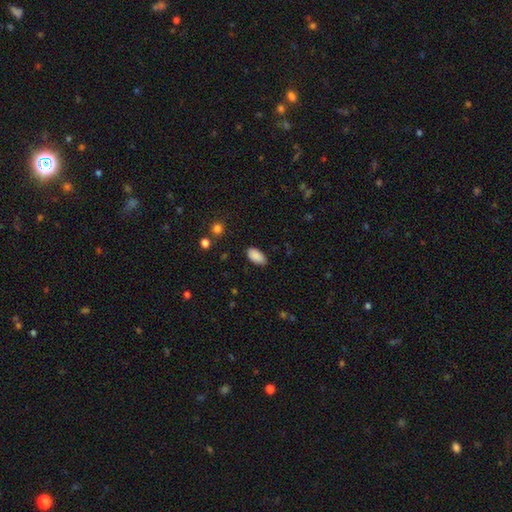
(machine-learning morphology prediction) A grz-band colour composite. It shows a smooth galaxy with no disk features (89%) that is in between round and cigar-shaped (94%). Merging: none (85%).